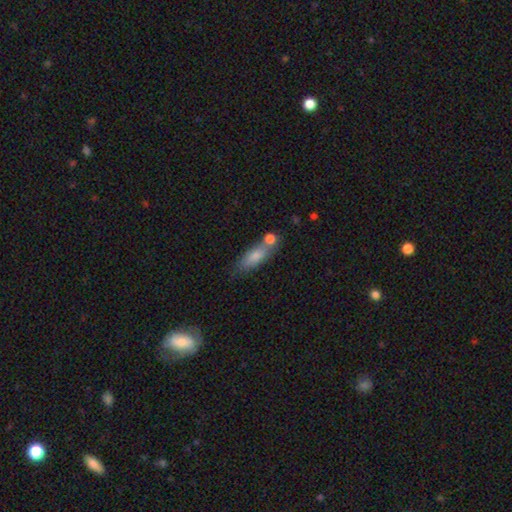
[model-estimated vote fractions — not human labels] Overall: smooth (76%). How rounded: in between (54%; cigar-shaped 42%). Merging: none (54%; merger 24%).